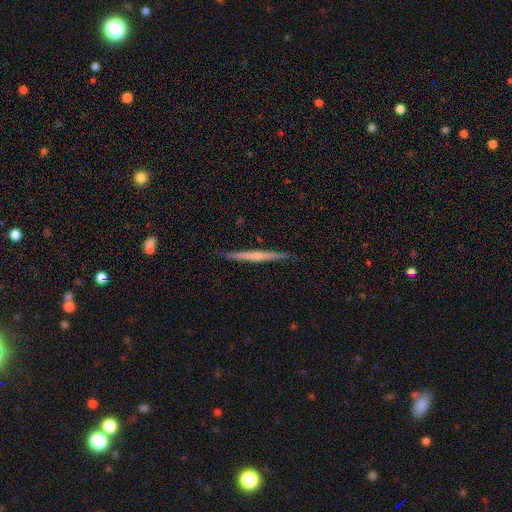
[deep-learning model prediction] Overall: featured or disk (59%; smooth 35%). Edge-on disk: yes (98%). Edge-on bulge: none (65%; rounded 27%). Merging: none (90%).